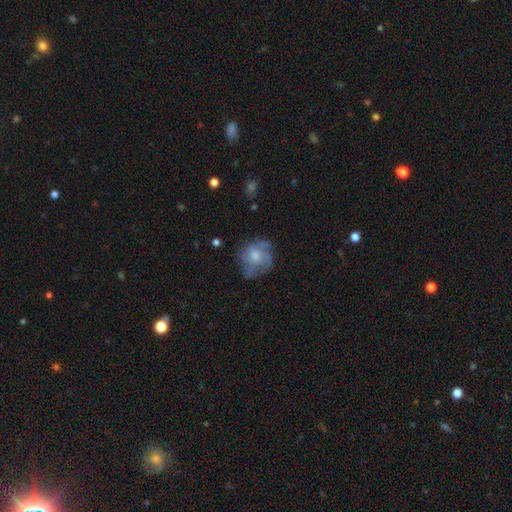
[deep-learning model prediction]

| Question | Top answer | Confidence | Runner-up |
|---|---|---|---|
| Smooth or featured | featured or disk | 48% | smooth (43%) |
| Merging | none | 56% | minor disturbance (23%) |